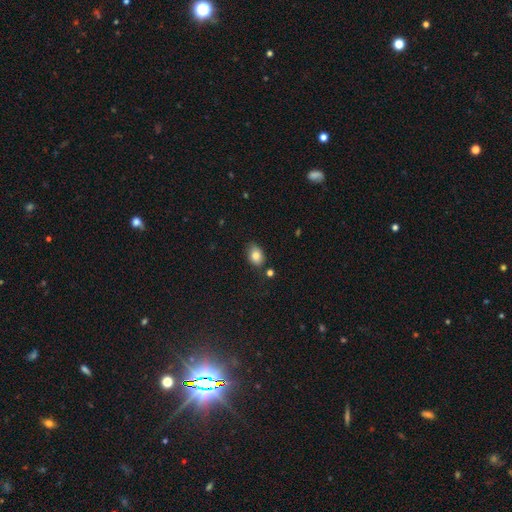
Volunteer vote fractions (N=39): smooth_or_featured: smooth (p=0.85) [alt: featured or disk p=0.08]
how_rounded: in between (p=0.61) [alt: round p=0.33]
merging: none (p=0.56) [alt: minor disturbance p=0.25]